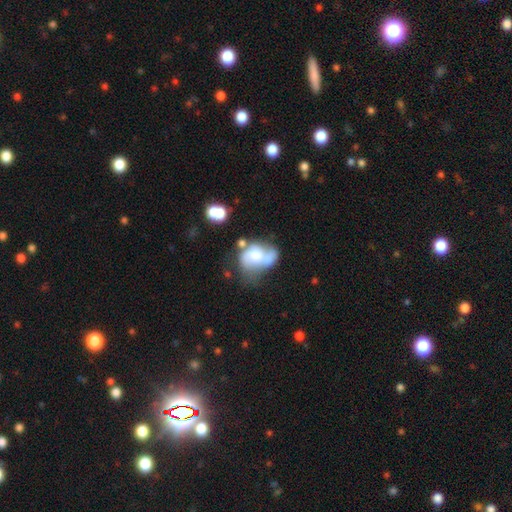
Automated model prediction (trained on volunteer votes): A featured or disk galaxy (54%) with no bar (72%), spiral arms (57%) and a moderate central bulge (51%).

Vote fractions:
- Smooth or featured? featured or disk: 54% / smooth: 37% / star or artifact: 9%
- Edge-on disk? no: 97% / yes: 3%
- Bar? no: 72% / weak: 22% / strong: 5%
- Spiral arms? yes: 57% / no: 43%
- Bulge size? moderate: 51% / large: 23% / small: 16% / none: 7% / dominant: 3%
- Merging? merger: 33% / none: 25% / major disturbance: 21% / minor disturbance: 20%